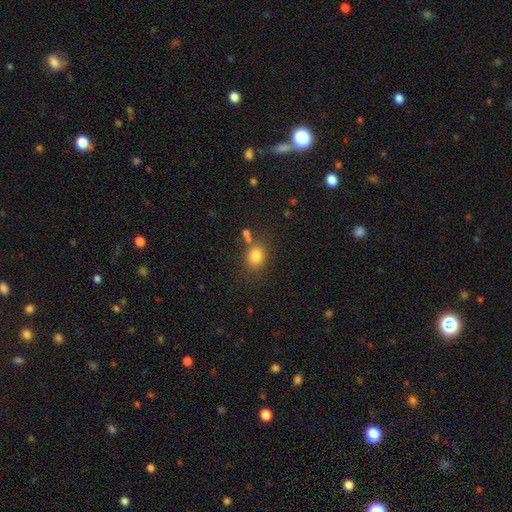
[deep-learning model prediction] Q: Smooth or featured?
A: smooth (82%); runner-up: star or artifact (11%)
Q: How rounded?
A: round (55%); runner-up: in between (44%)
Q: Merging?
A: none (70%); runner-up: minor disturbance (14%)